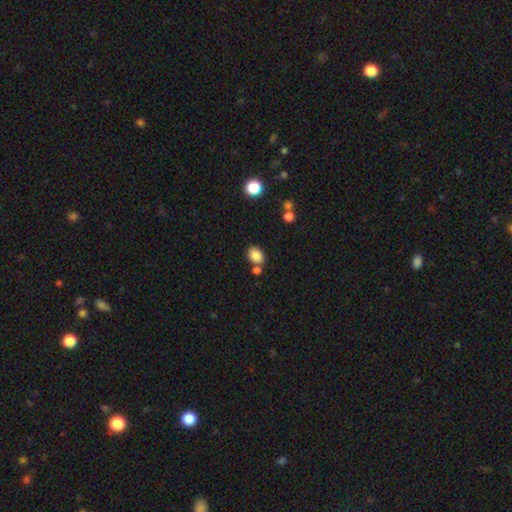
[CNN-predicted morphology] A smooth galaxy with no disk features (85%) that is in between round and cigar-shaped (69%).

Vote fractions:
- Smooth or featured? smooth: 85% / star or artifact: 9% / featured or disk: 6%
- How rounded? in between: 69% / round: 30% / cigar-shaped: 1%
- Merging? none: 66% / merger: 17% / minor disturbance: 13% / major disturbance: 4%